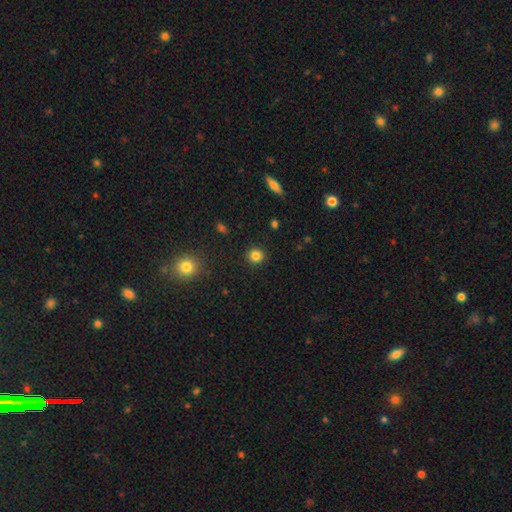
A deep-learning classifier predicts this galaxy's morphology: smooth_or_featured: smooth (p=0.83) [alt: star or artifact p=0.12]
how_rounded: round (p=0.93) [alt: in between p=0.06]
merging: none (p=0.91) [alt: minor disturbance p=0.05]